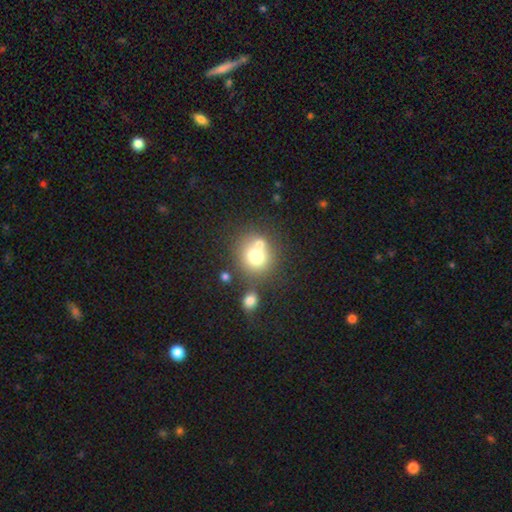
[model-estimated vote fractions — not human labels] A smooth galaxy with no disk features (71%) that is round (86%). Merging: none (55%).